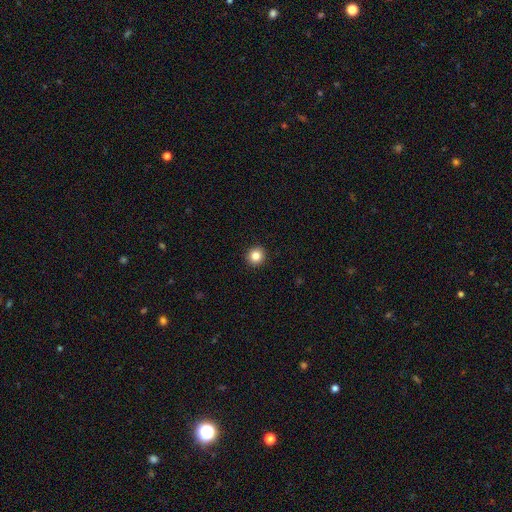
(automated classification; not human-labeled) Overall: smooth (84%). How rounded: round (92%). Merging: none (93%).